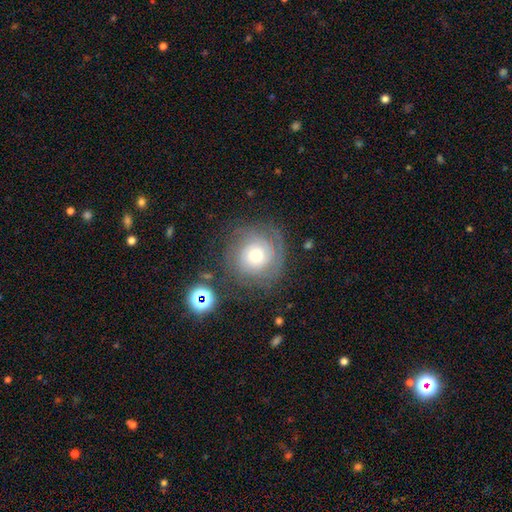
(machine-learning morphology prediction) Smooth or featured? Predicted: featured or disk (p=0.61). Edge-on disk? Predicted: no (p=0.97). Bar? Predicted: no (p=0.83). Spiral arms? Predicted: yes (p=0.86). Spiral winding? Predicted: tight (p=0.73). Spiral arm count? Predicted: can't tell (p=0.45). Bulge size? Predicted: moderate (p=0.58). Merging? Predicted: none (p=0.74).